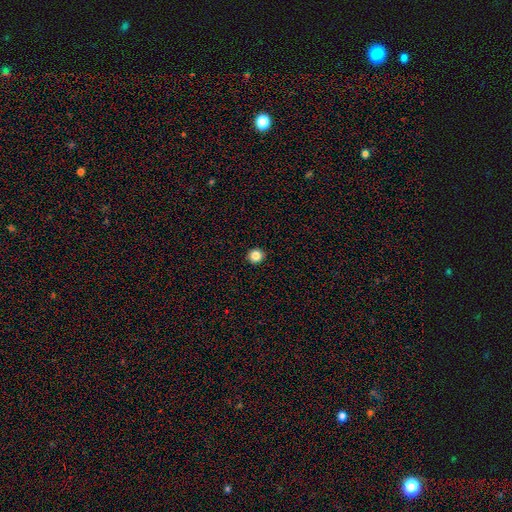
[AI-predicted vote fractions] Smooth or featured: smooth — 85% (star or artifact — 10%)
How rounded: round — 94% (in between — 5%)
Merging: none — 93% (minor disturbance — 4%)